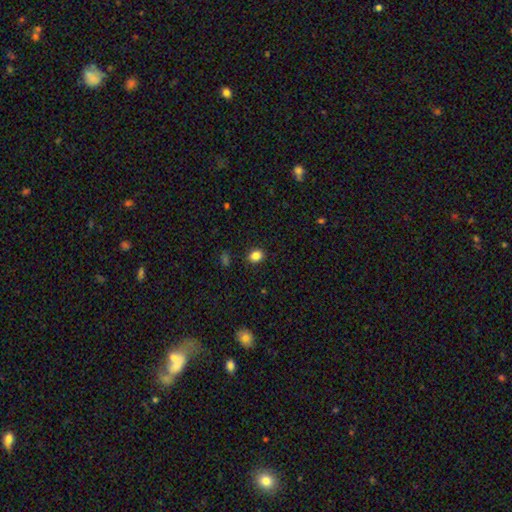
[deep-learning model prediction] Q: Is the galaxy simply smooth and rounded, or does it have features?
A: smooth — 85%.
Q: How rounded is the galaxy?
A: round — 51%.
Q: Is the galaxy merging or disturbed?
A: none — 89%.